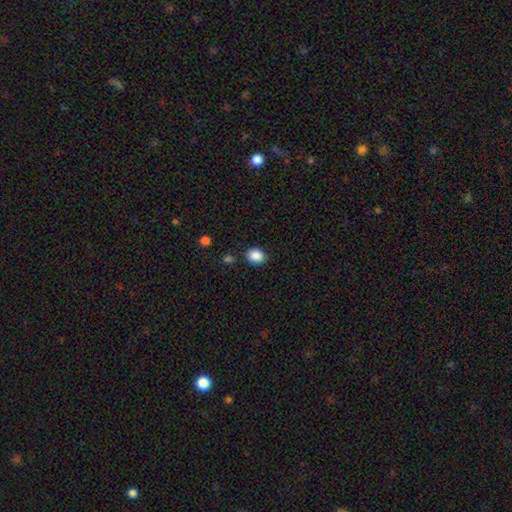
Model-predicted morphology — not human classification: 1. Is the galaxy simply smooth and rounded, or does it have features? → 88% smooth, 9% star or artifact, 3% featured or disk.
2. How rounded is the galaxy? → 52% round, 47% in between, 1% cigar-shaped.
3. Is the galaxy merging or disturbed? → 84% none, 10% minor disturbance, 3% merger, 3% major disturbance.